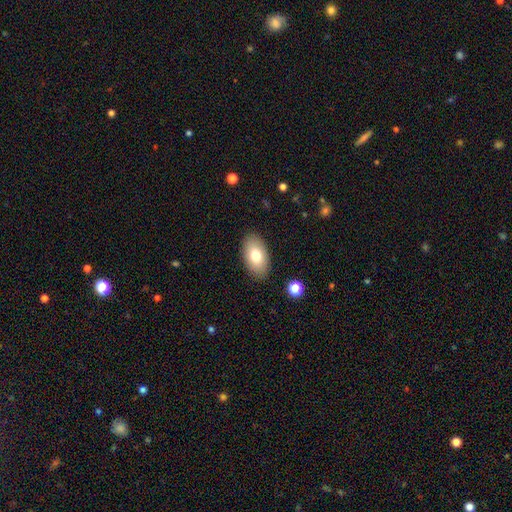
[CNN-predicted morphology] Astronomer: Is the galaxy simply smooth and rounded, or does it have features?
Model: smooth — 77%.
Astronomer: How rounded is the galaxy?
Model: in between — 94%.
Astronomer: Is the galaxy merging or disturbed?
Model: none — 88%.